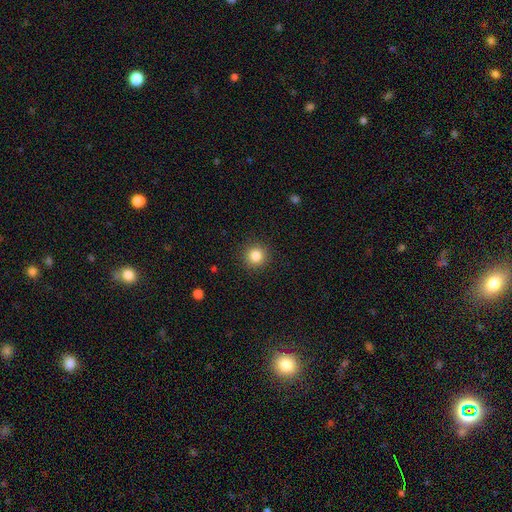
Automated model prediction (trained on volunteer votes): smooth_or_featured: smooth (p=0.84) [alt: star or artifact p=0.11]
how_rounded: round (p=0.94) [alt: in between p=0.05]
merging: none (p=0.91) [alt: minor disturbance p=0.06]